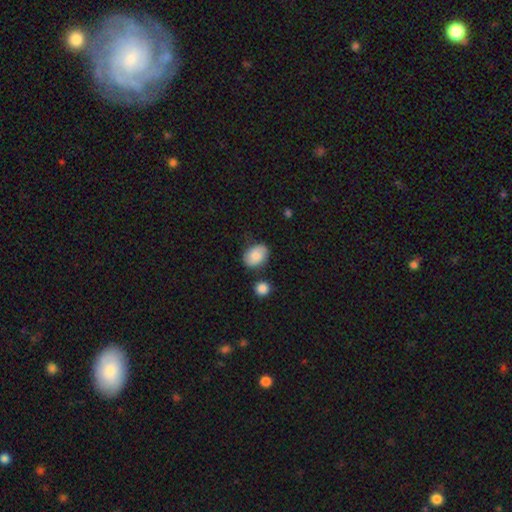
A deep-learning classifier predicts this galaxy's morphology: A smooth galaxy with no disk features (77%) that is in between round and cigar-shaped (75%). Merging: none (71%).